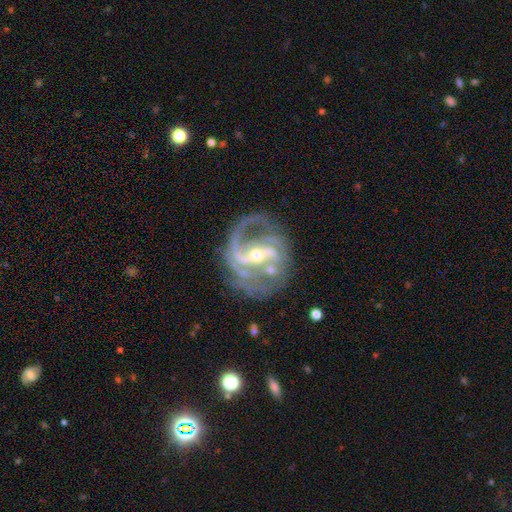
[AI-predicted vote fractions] Morphology: type=featured or disk (91%); edge-on=no (97%); bar=strong (51%); spiral arms=yes (97%); winding=medium (54%); arm count=2 (72%); bulge=small (54%); merging=none (58%).